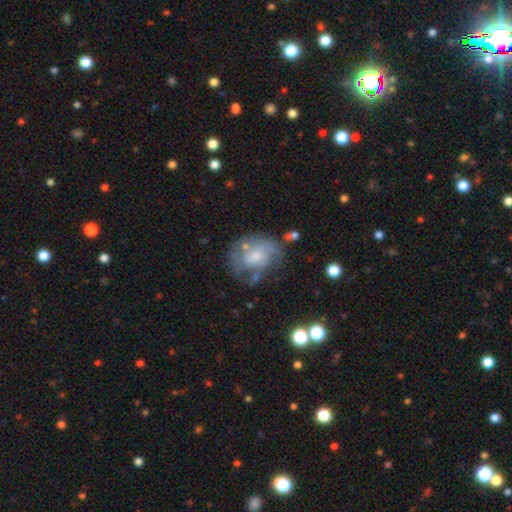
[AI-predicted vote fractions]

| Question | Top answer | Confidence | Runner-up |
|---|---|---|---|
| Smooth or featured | featured or disk | 60% | smooth (30%) |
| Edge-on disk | no | 97% | yes (3%) |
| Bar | no | 69% | weak (27%) |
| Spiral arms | yes | 67% | no (33%) |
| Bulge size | moderate | 40% | small (39%) |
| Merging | none | 51% | minor disturbance (25%) |